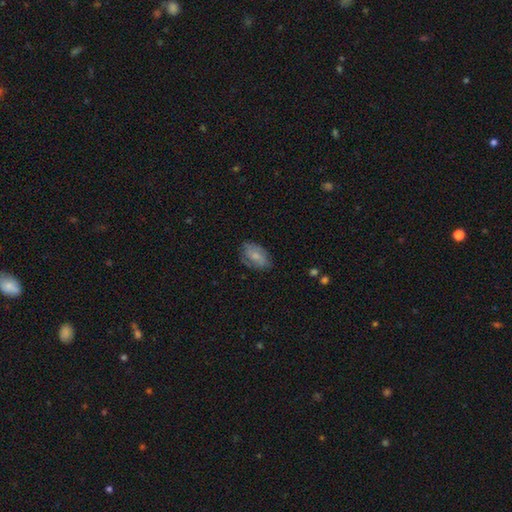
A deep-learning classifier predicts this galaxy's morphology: The model was most divided on "smooth or featured": smooth: 59%, featured or disk: 33%, star or artifact: 8%. More confident: how rounded — in between (86%); merging — none (65%).